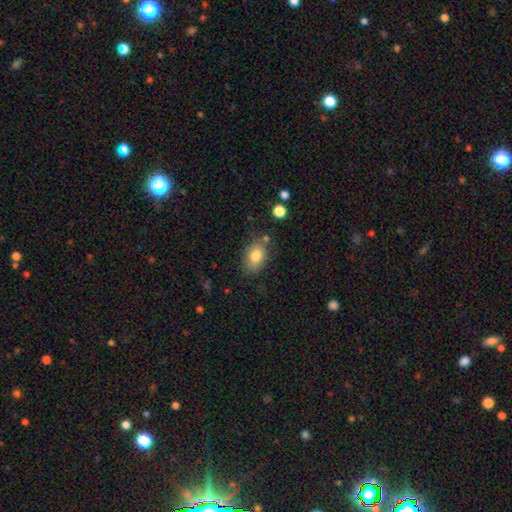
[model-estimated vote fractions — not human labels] Q: Smooth or featured?
A: smooth (80%); runner-up: featured or disk (12%)
Q: How rounded?
A: in between (84%); runner-up: round (14%)
Q: Merging?
A: none (72%); runner-up: minor disturbance (18%)